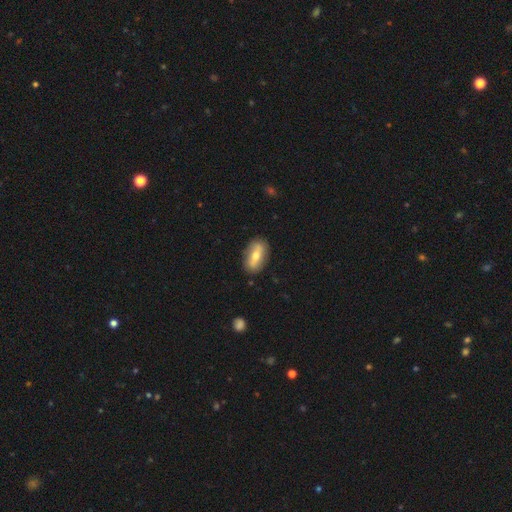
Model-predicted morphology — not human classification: Smooth or featured?
  - smooth: 54% *
  - featured or disk: 40%
  - star or artifact: 6%
How rounded?
  - in between: 85% *
  - cigar-shaped: 10%
  - round: 5%
Merging?
  - none: 85% *
  - minor disturbance: 11%
  - major disturbance: 3%
  - merger: 1%